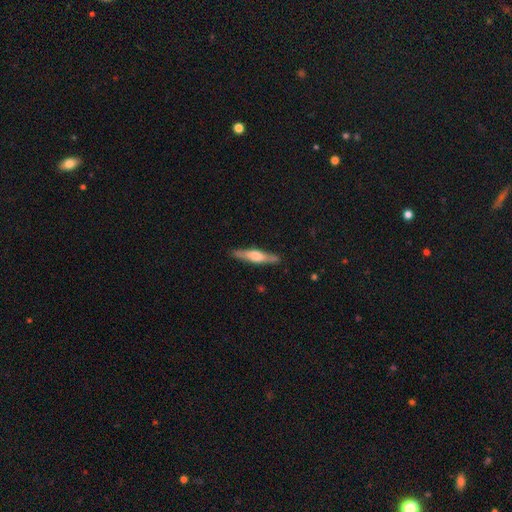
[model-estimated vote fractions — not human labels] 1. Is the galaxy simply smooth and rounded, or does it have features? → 56% featured or disk, 39% smooth, 5% star or artifact.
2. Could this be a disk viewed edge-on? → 95% yes, 5% no.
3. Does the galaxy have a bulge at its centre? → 75% rounded, 18% boxy, 7% none.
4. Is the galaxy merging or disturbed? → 88% none, 9% minor disturbance, 2% major disturbance, 1% merger.